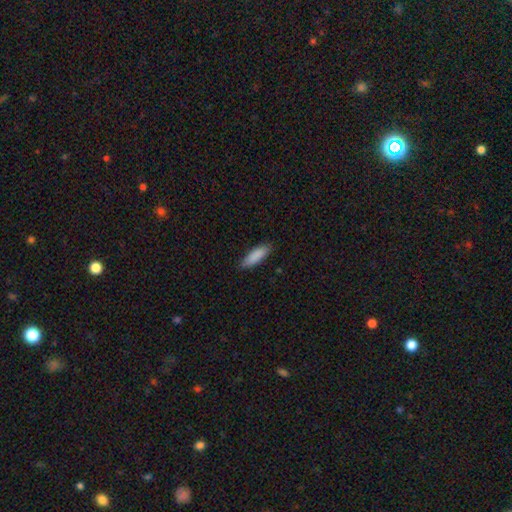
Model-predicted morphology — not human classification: Smooth or featured? Predicted: smooth (p=0.88). How rounded? Predicted: cigar-shaped (p=0.50). Merging? Predicted: none (p=0.84).